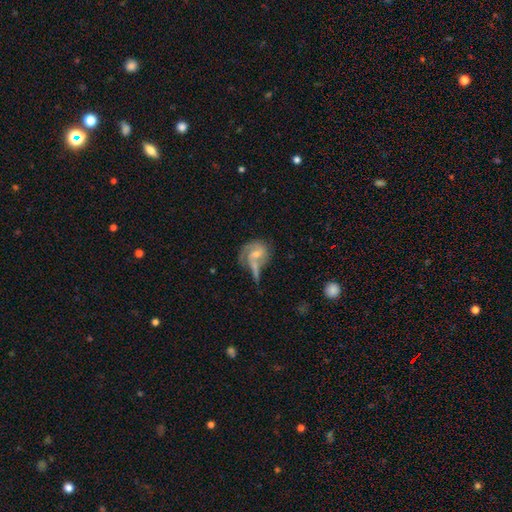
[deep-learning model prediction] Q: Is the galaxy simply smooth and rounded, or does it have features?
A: featured or disk — 66%.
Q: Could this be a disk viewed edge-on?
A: no — 96%.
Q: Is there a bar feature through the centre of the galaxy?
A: no — 53%.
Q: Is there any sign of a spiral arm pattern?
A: yes — 81%.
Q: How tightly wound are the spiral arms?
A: medium — 41%.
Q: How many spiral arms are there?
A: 2 — 47%.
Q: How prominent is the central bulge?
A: small — 49%.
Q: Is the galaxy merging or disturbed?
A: merger — 31%.